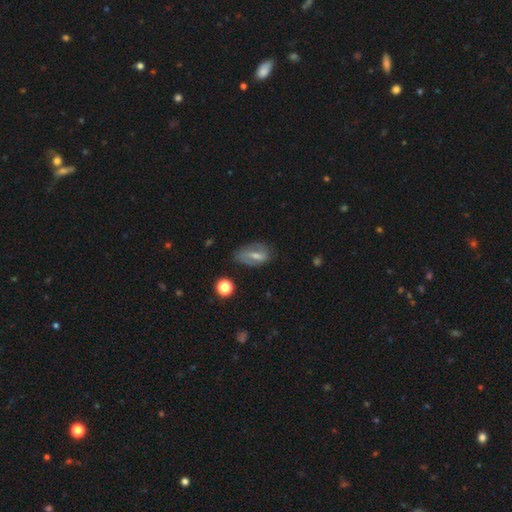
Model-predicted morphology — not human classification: Smooth or featured?
  - featured or disk: 52% *
  - smooth: 37%
  - star or artifact: 11%
Edge-on disk?
  - no: 88% *
  - yes: 12%
Merging?
  - none: 70% *
  - minor disturbance: 21%
  - major disturbance: 7%
  - merger: 2%